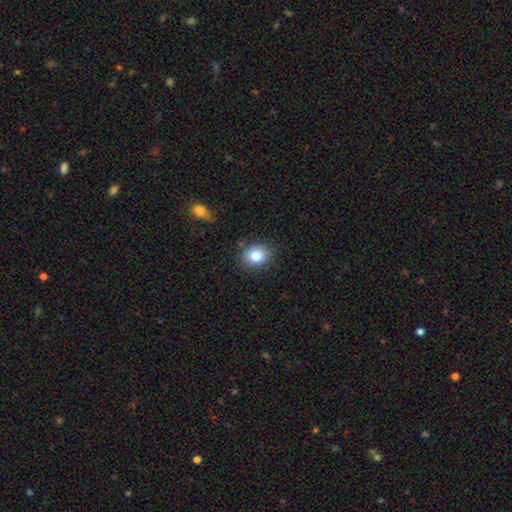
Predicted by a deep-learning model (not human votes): The model was most divided on "how rounded": round: 65%, in between: 34%, cigar-shaped: 1%. More confident: smooth or featured — smooth (83%); merging — none (82%).